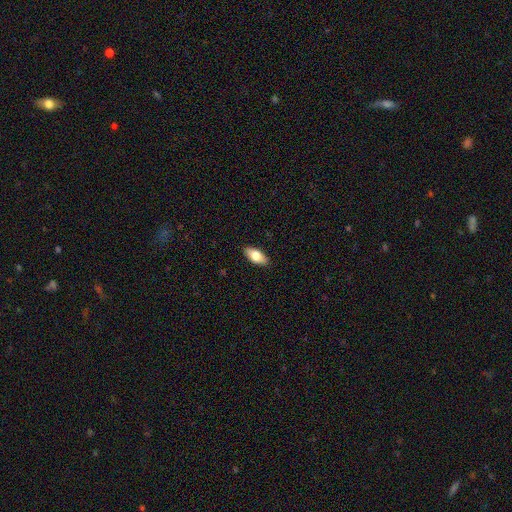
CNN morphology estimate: The model was most divided on "smooth or featured": smooth: 75%, featured or disk: 18%, star or artifact: 7%. More confident: merging — none (89%); how rounded — in between (89%).